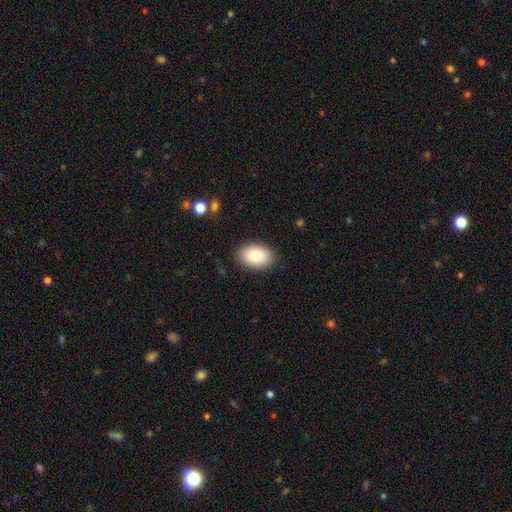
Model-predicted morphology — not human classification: Q: Smooth or featured?
A: smooth (83%); runner-up: featured or disk (10%)
Q: How rounded?
A: in between (86%); runner-up: round (13%)
Q: Merging?
A: none (87%); runner-up: minor disturbance (9%)